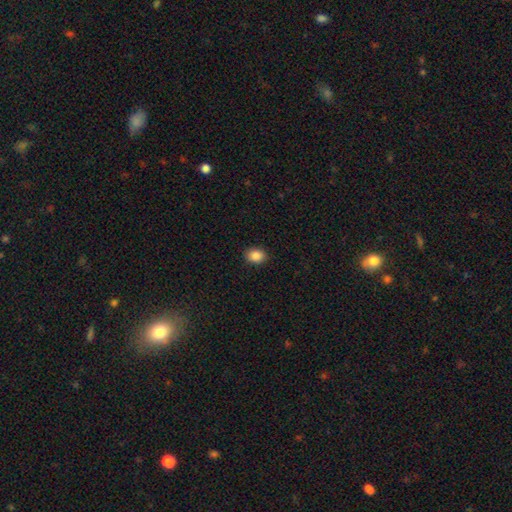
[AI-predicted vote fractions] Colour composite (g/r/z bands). It shows a smooth galaxy with no disk features (88%) that is in between round and cigar-shaped (59%). Merging: none (90%).